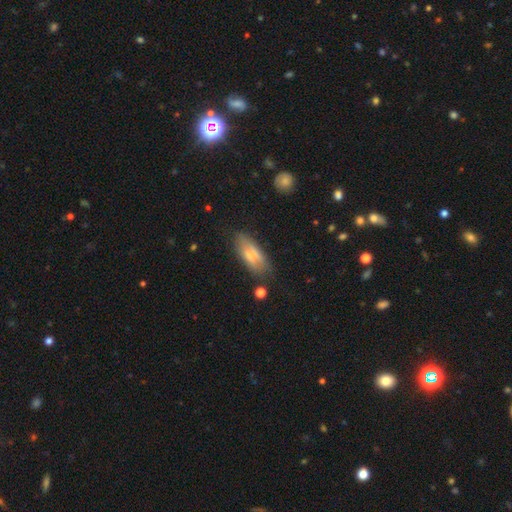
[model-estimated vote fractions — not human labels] This appears to be a smooth galaxy with no disk features (61%) that is in between round and cigar-shaped (73%). Merging: none (76%).